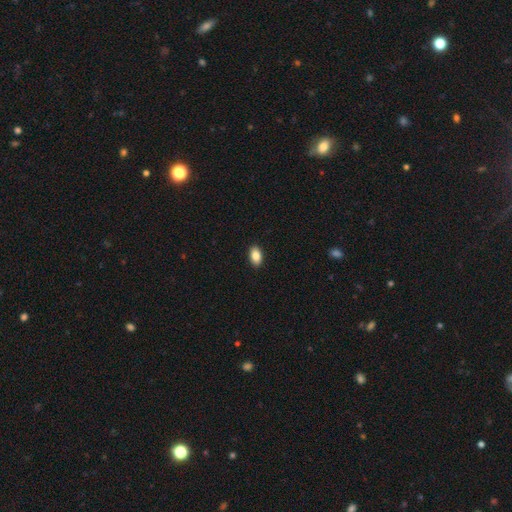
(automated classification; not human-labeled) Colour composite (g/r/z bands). It shows a smooth galaxy with no disk features (87%) that is in between round and cigar-shaped (92%). Merging: none (90%).